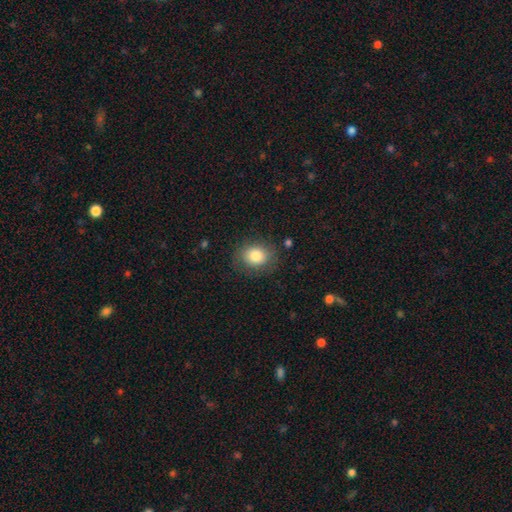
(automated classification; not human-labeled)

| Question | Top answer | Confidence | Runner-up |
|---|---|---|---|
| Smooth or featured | smooth | 82% | featured or disk (9%) |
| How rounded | round | 64% | in between (35%) |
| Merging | none | 81% | minor disturbance (13%) |